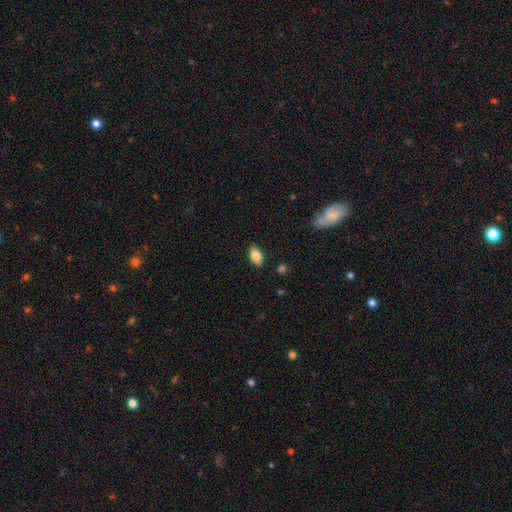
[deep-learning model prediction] Overall: smooth (83%). How rounded: in between (92%). Merging: none (87%).